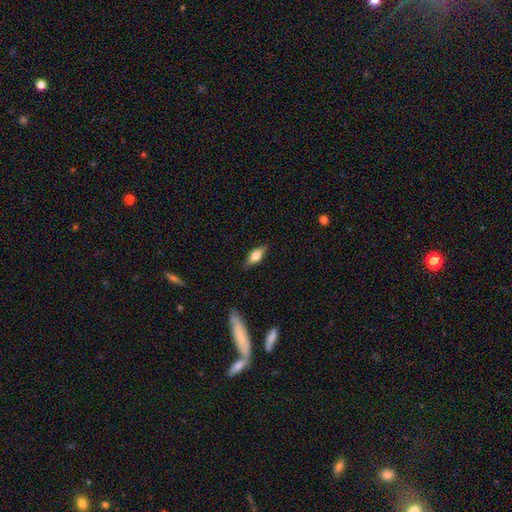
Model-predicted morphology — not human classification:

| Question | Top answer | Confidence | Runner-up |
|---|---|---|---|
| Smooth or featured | featured or disk | 47% | smooth (46%) |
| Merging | none | 85% | minor disturbance (11%) |